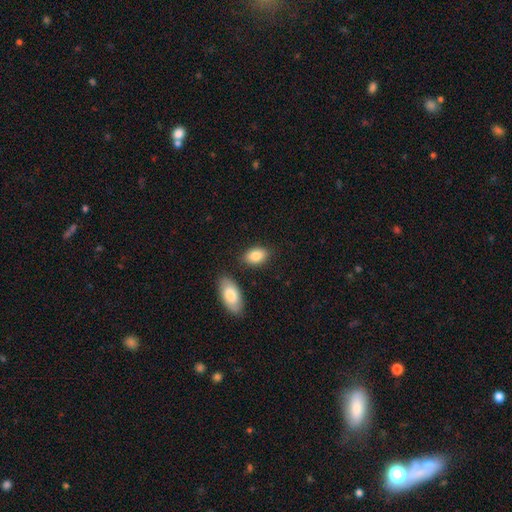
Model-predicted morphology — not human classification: A smooth galaxy with no disk features (84%) that is in between round and cigar-shaped (90%). Merging: none (78%).